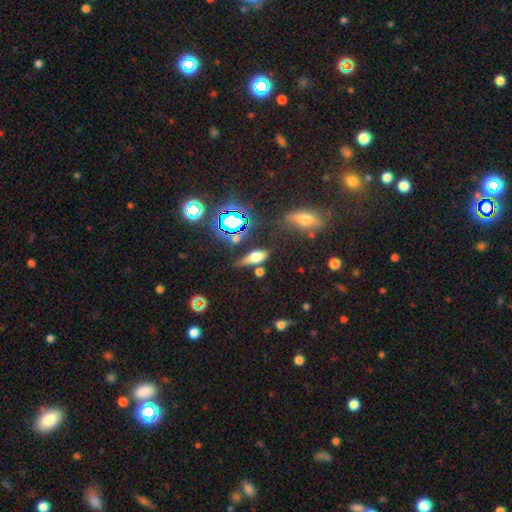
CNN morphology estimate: This appears to be a smooth galaxy with no disk features (55%) that is in between round and cigar-shaped (63%). Merging: none (63%).